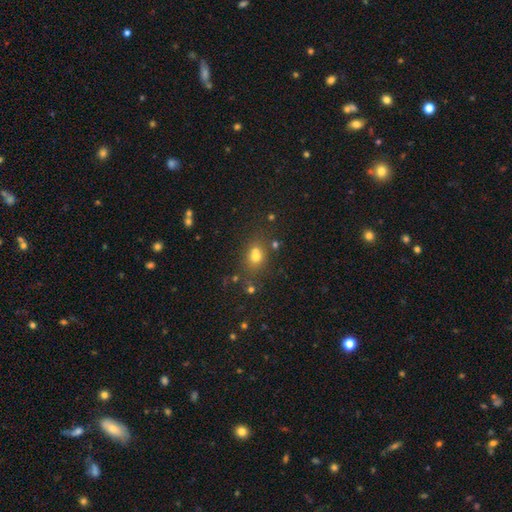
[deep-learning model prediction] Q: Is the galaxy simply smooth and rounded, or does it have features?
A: smooth — 63%.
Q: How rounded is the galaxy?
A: round — 65%.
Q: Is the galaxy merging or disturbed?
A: none — 54%.